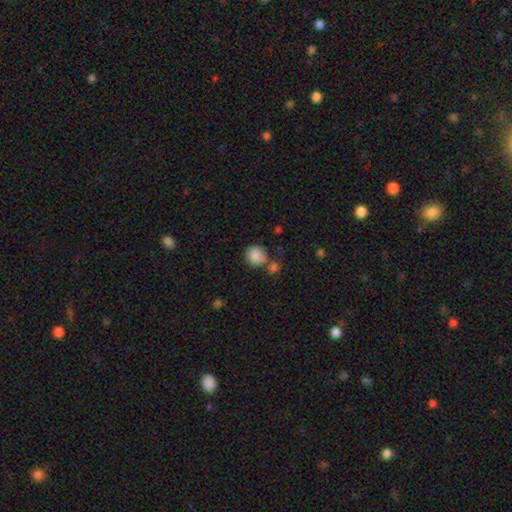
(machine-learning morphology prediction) Smooth or featured? Predicted: smooth (p=0.87). How rounded? Predicted: round (p=0.87). Merging? Predicted: none (p=0.63).